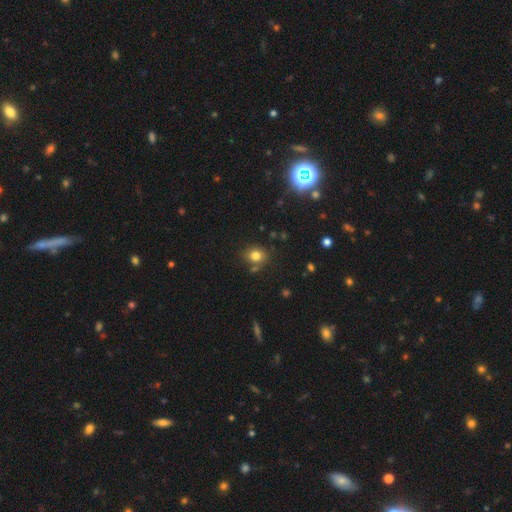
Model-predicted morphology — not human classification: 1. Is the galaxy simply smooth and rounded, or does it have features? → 79% smooth, 13% star or artifact, 8% featured or disk.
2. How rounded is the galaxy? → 68% round, 31% in between, 1% cigar-shaped.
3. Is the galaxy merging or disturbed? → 74% none, 13% minor disturbance, 9% merger, 4% major disturbance.